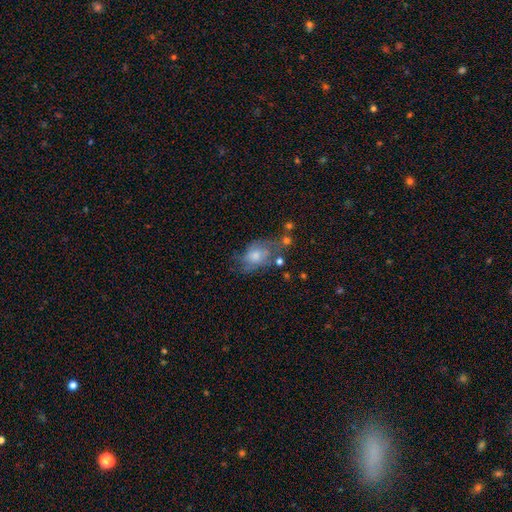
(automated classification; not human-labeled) smooth-or-featured: smooth: 51% | featured or disk: 40% | star or artifact: 9%
  how-rounded: in between: 79% | round: 19% | cigar-shaped: 2%
  merging: none: 34% | minor disturbance: 28% | major disturbance: 28% | merger: 10%